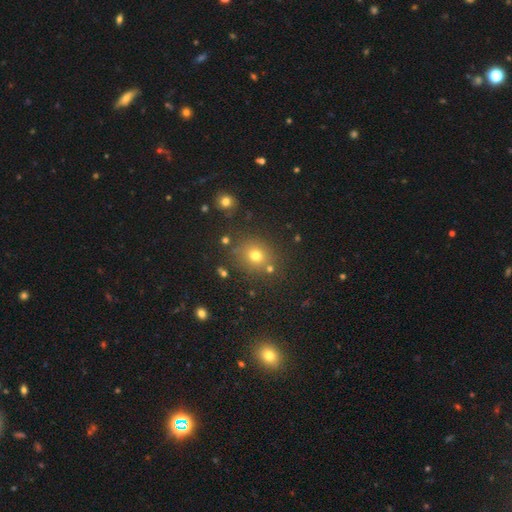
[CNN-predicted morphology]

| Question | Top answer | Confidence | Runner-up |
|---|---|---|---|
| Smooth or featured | smooth | 71% | star or artifact (20%) |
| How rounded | round | 76% | in between (23%) |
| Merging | none | 79% | minor disturbance (10%) |